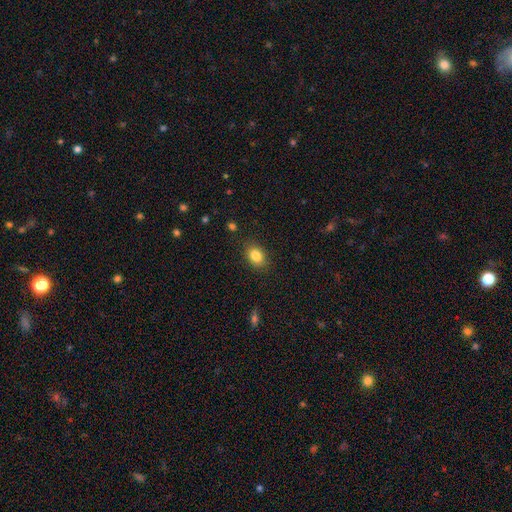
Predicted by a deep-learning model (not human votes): Smooth or featured: smooth — 84% (star or artifact — 9%)
How rounded: in between — 69% (round — 30%)
Merging: none — 86% (minor disturbance — 10%)